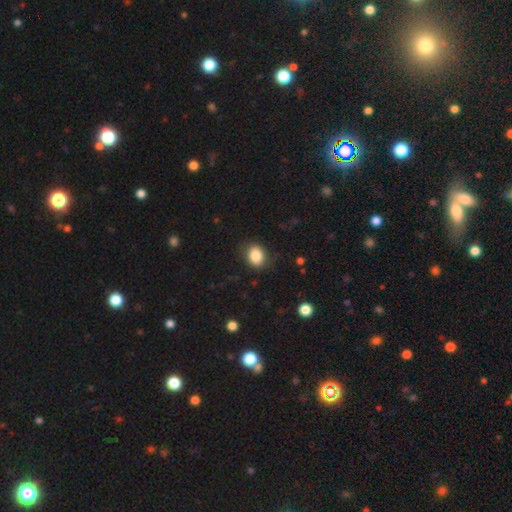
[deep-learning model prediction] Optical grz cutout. It shows a smooth galaxy with no disk features (86%) that is in between round and cigar-shaped (59%). Merging: none (82%).